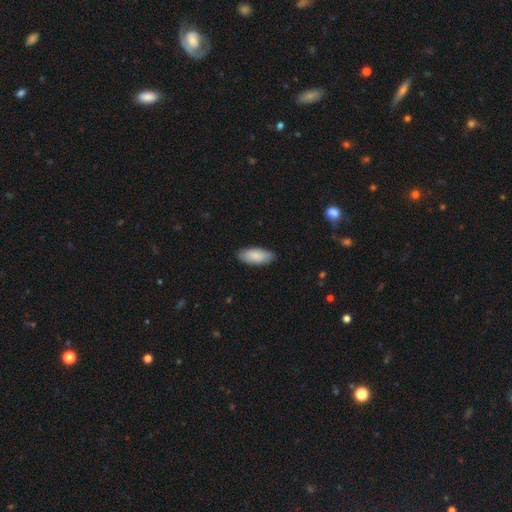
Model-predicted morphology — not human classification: This appears to be a smooth galaxy with no disk features (87%) that is in between round and cigar-shaped (86%). Merging: none (86%).